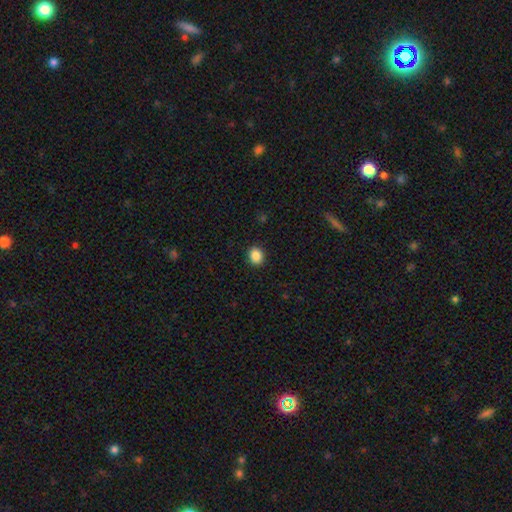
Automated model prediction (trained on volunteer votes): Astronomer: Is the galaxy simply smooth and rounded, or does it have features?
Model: smooth — 88%.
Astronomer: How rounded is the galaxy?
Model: round — 64%.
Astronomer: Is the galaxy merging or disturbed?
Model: none — 91%.